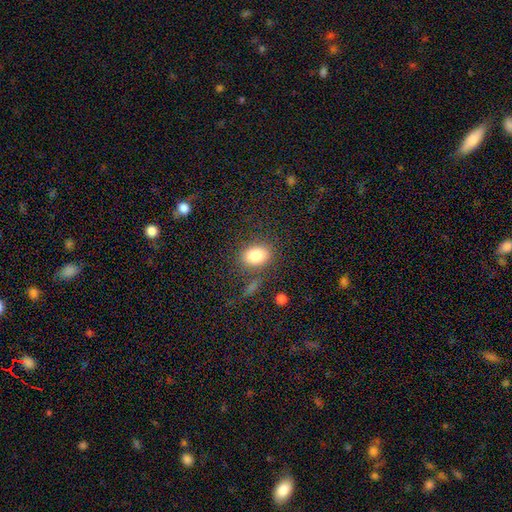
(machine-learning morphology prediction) smooth 83%, star or artifact 9%, featured or disk 8%. Down the decision tree: how rounded — in between (73%); merging — none (74%).